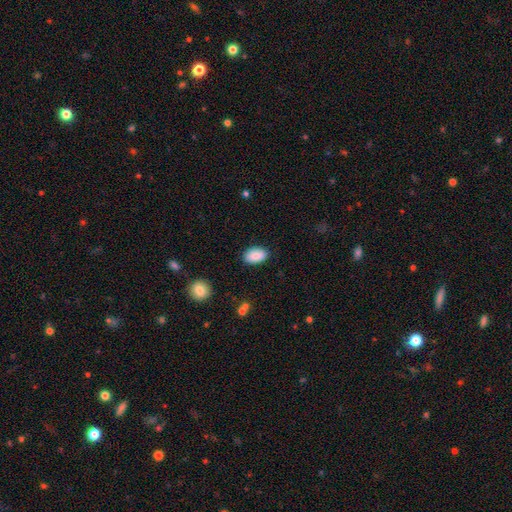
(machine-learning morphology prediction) smooth 87%, star or artifact 7%, featured or disk 6%. Down the decision tree: how rounded — in between (92%); merging — none (86%).